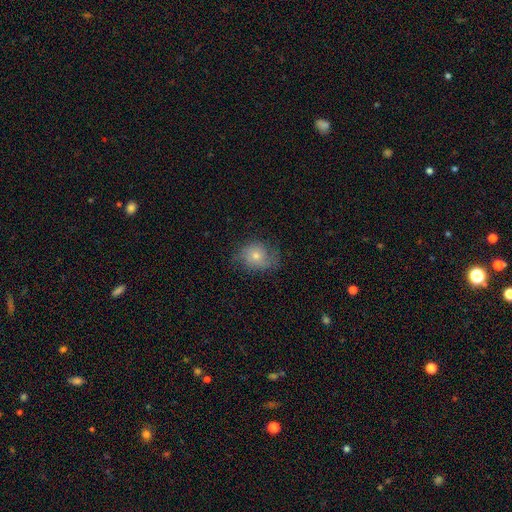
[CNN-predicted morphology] Overall: smooth (48%; featured or disk 41%). Merging: none (66%).